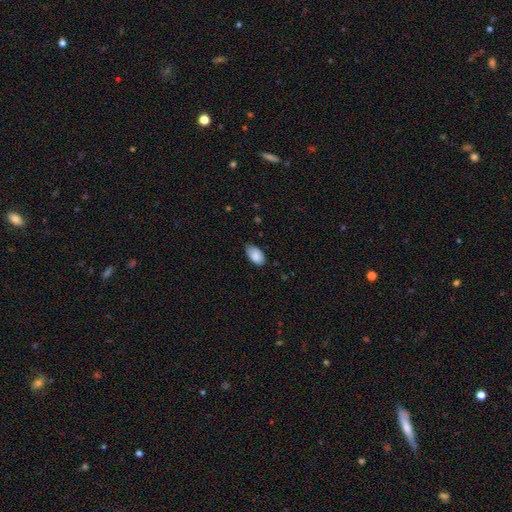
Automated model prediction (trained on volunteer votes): smooth-or-featured: smooth: 87% | star or artifact: 7% | featured or disk: 6%
  how-rounded: in between: 95% | round: 4% | cigar-shaped: 2%
  merging: none: 70% | minor disturbance: 25% | major disturbance: 3% | merger: 1%